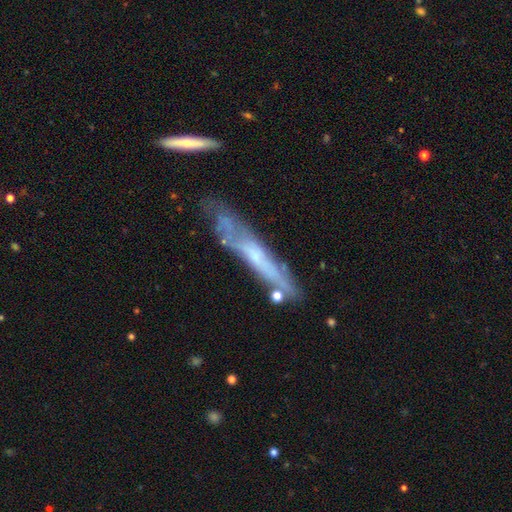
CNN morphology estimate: Smooth or featured?
  - featured or disk: 56% *
  - smooth: 37%
  - star or artifact: 8%
Edge-on disk?
  - yes: 71% *
  - no: 29%
Merging?
  - none: 56% *
  - minor disturbance: 25%
  - major disturbance: 10%
  - merger: 8%